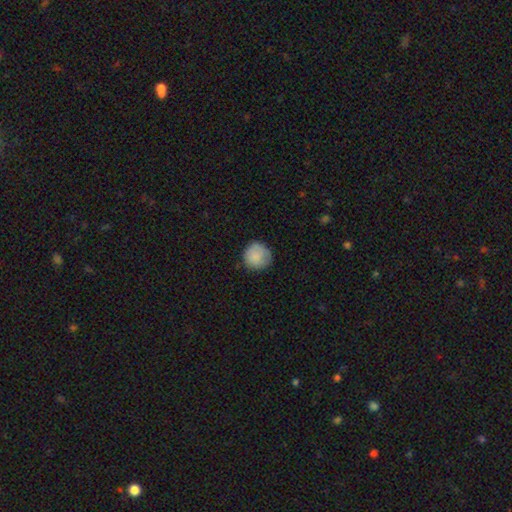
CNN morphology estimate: A smooth galaxy with no disk features (86%) that is round (92%).

Vote fractions:
- Smooth or featured? smooth: 86% / star or artifact: 8% / featured or disk: 7%
- How rounded? round: 92% / in between: 7% / cigar-shaped: 1%
- Merging? none: 79% / minor disturbance: 16% / major disturbance: 4% / merger: 1%